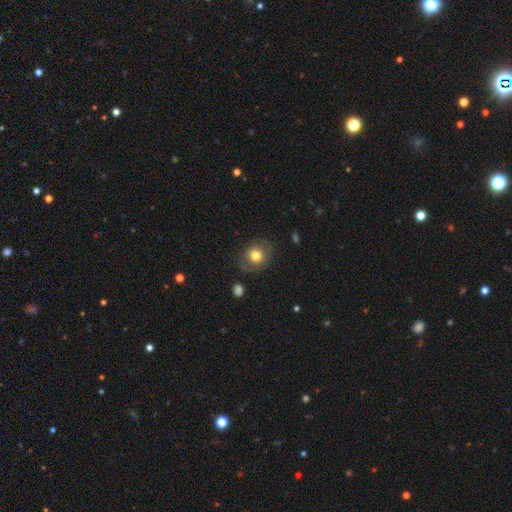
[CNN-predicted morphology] Q: Smooth or featured?
A: smooth (73%); runner-up: featured or disk (18%)
Q: How rounded?
A: round (74%); runner-up: in between (25%)
Q: Merging?
A: none (79%); runner-up: minor disturbance (14%)